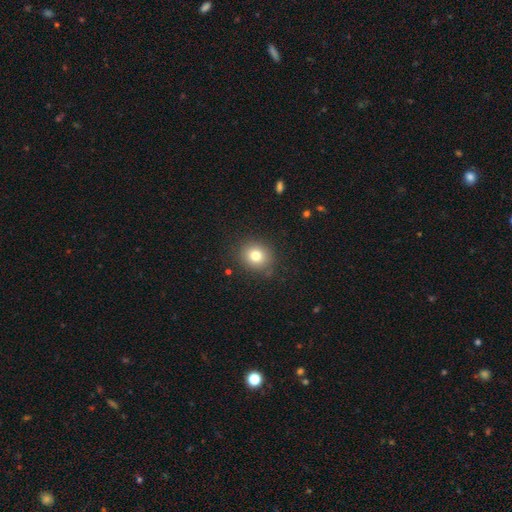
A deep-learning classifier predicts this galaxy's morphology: Smooth or featured: smooth — 78% (star or artifact — 12%)
How rounded: round — 75% (in between — 24%)
Merging: none — 85% (minor disturbance — 10%)